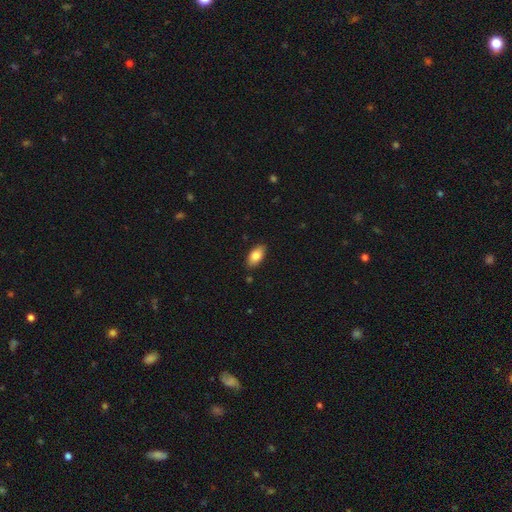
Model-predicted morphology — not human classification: A smooth galaxy with no disk features (83%) that is in between round and cigar-shaped (93%).

Vote fractions:
- Smooth or featured? smooth: 83% / featured or disk: 10% / star or artifact: 7%
- How rounded? in between: 93% / cigar-shaped: 4% / round: 3%
- Merging? none: 86% / minor disturbance: 10% / major disturbance: 2% / merger: 1%